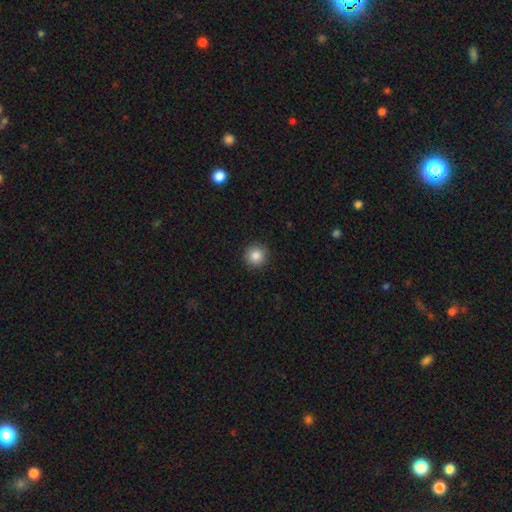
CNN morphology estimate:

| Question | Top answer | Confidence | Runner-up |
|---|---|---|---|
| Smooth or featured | smooth | 85% | star or artifact (10%) |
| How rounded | round | 95% | in between (4%) |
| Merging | none | 92% | minor disturbance (6%) |